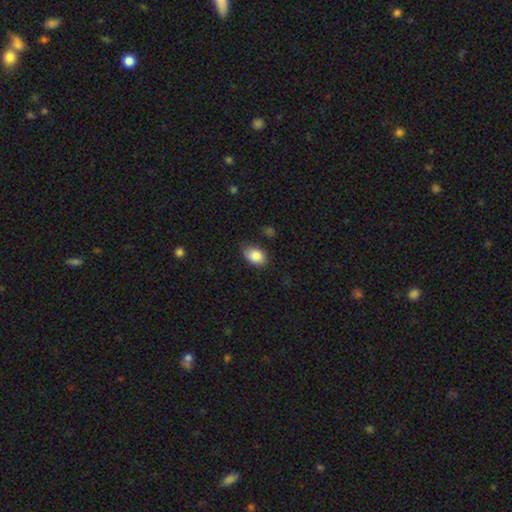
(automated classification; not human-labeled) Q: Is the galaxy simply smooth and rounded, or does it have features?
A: smooth — 86%.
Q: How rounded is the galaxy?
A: in between — 84%.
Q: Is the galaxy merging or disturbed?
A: none — 69%.